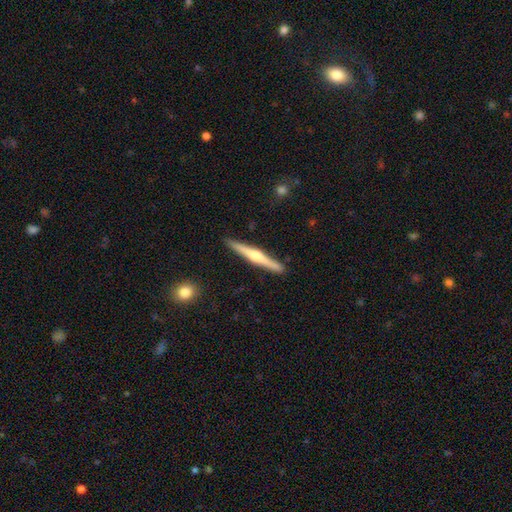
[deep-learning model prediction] This is likely a featured or disk galaxy (73%). It is clearly viewed edge-on (98%). Edge-on bulge: clearly rounded (89%). Merging: clearly none (90%).